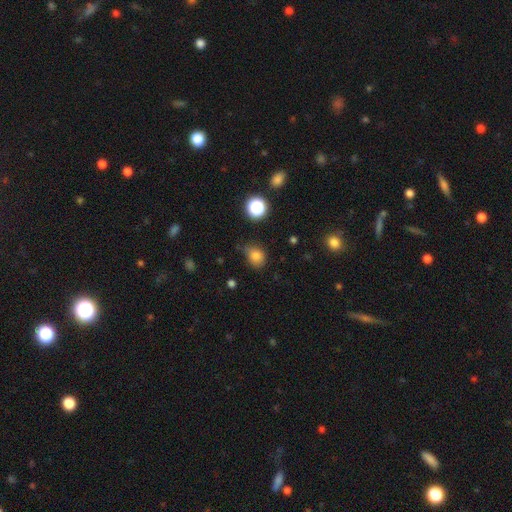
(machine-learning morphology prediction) This is likely a smooth galaxy (79%). How rounded: possibly round (56%). Merging: possibly none (59%).